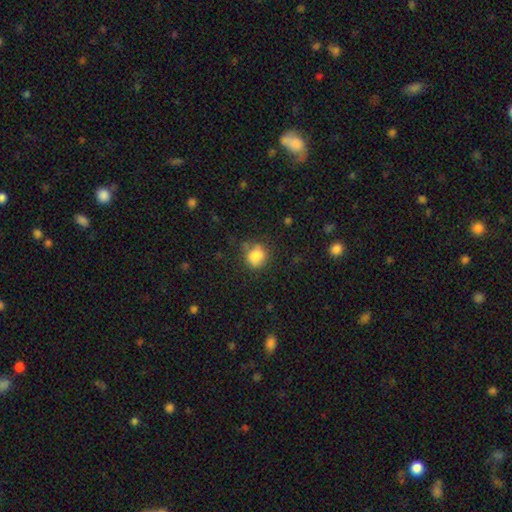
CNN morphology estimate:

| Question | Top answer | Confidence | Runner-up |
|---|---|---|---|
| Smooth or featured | smooth | 82% | star or artifact (10%) |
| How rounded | round | 70% | in between (29%) |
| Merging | none | 65% | minor disturbance (23%) |